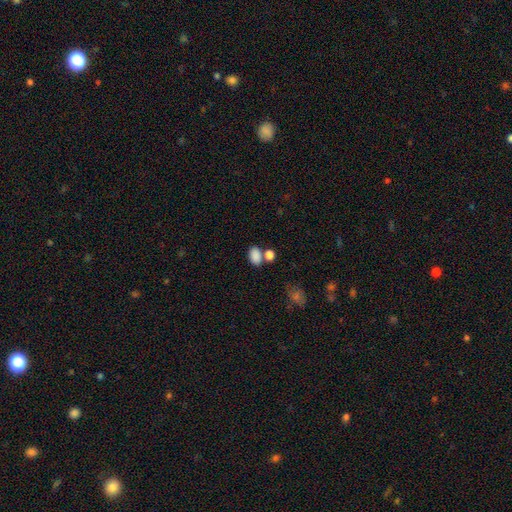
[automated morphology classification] Smooth or featured?
  - smooth: 86% *
  - star or artifact: 9%
  - featured or disk: 5%
How rounded?
  - in between: 85% *
  - round: 13%
  - cigar-shaped: 1%
Merging?
  - none: 56% *
  - merger: 27%
  - minor disturbance: 12%
  - major disturbance: 5%